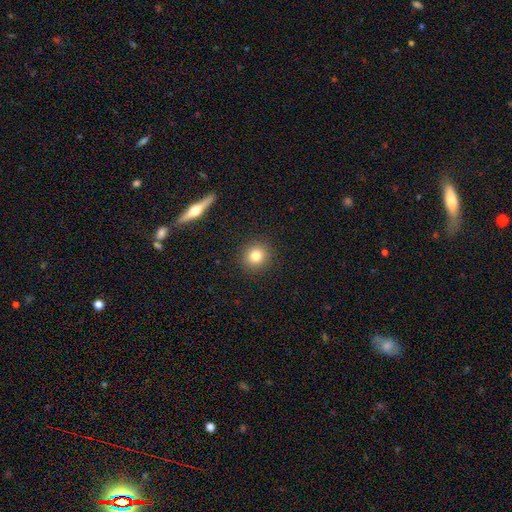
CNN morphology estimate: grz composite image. It shows a smooth galaxy with no disk features (80%) that is round (91%). Merging: none (91%).